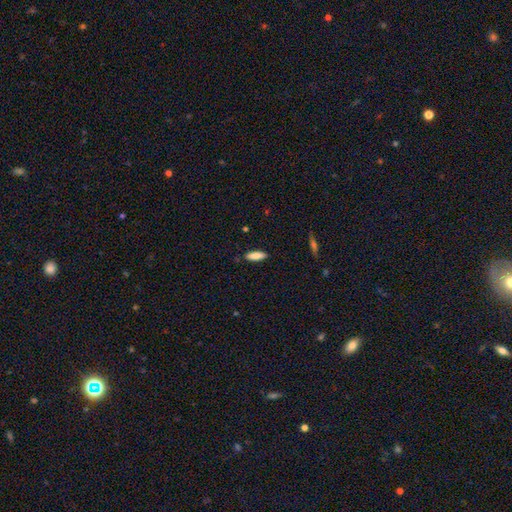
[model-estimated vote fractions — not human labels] A smooth galaxy with no disk features (84%) that is in between round and cigar-shaped (51%). Merging: none (87%).